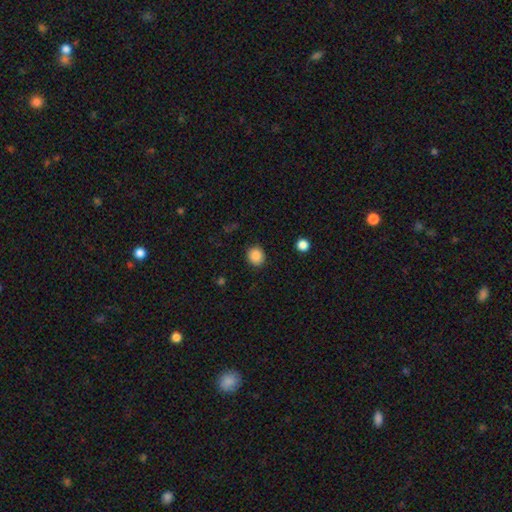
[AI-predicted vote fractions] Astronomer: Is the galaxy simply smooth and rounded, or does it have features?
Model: smooth — 87%.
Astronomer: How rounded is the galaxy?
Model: round — 83%.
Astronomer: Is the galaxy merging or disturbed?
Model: none — 90%.